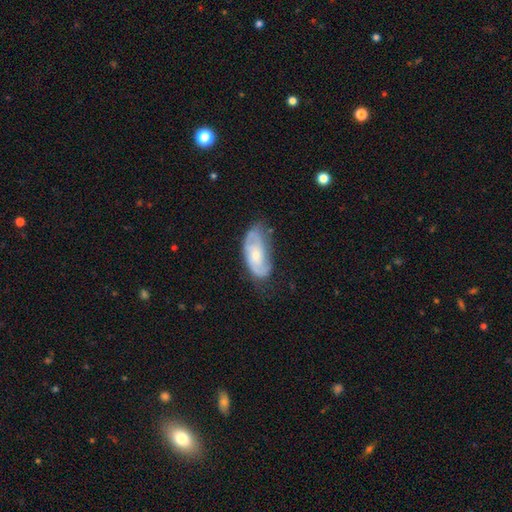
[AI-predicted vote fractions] This appears to be a featured or disk galaxy (62%) with no bar (71%), spiral arms (81%) and a small central bulge (57%). Merging: none (57%).